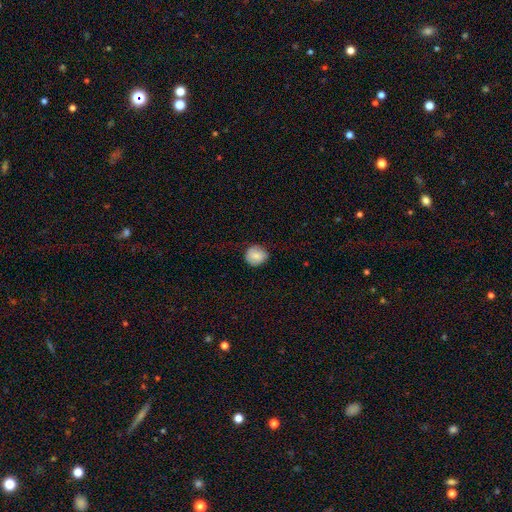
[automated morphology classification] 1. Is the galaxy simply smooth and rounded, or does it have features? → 81% smooth, 11% featured or disk, 8% star or artifact.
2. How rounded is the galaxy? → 86% round, 13% in between, 1% cigar-shaped.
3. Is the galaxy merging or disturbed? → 78% none, 17% minor disturbance, 3% major disturbance, 1% merger.